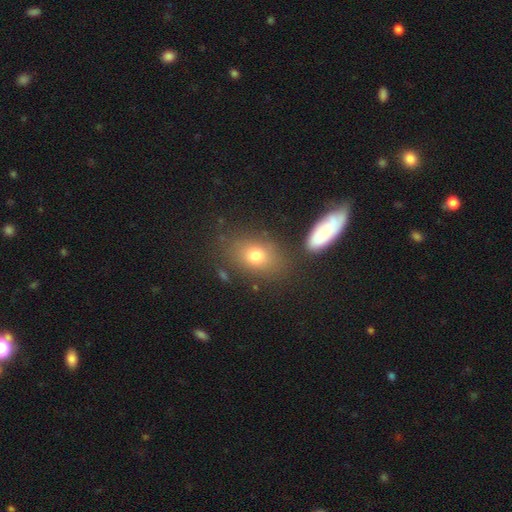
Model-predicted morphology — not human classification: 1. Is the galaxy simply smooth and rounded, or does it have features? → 76% smooth, 13% featured or disk, 11% star or artifact.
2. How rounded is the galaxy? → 72% in between, 26% round, 3% cigar-shaped.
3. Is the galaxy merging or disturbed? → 74% none, 13% minor disturbance, 8% merger, 5% major disturbance.